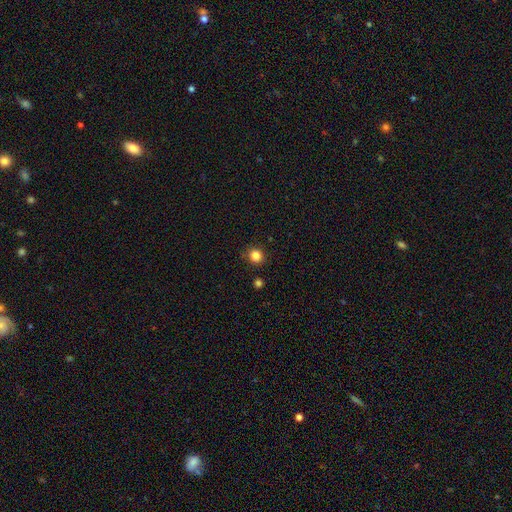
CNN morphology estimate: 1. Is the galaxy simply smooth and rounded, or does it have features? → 84% smooth, 12% star or artifact, 4% featured or disk.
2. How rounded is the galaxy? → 91% round, 8% in between, 1% cigar-shaped.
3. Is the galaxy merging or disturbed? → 88% none, 8% minor disturbance, 3% merger, 2% major disturbance.